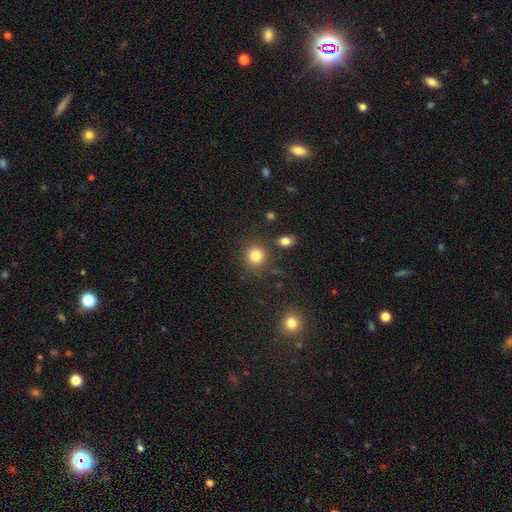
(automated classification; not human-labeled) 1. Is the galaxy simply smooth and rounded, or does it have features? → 83% smooth, 11% star or artifact, 6% featured or disk.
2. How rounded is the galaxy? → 85% round, 14% in between, 1% cigar-shaped.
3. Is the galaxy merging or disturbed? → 82% none, 9% minor disturbance, 5% merger, 3% major disturbance.